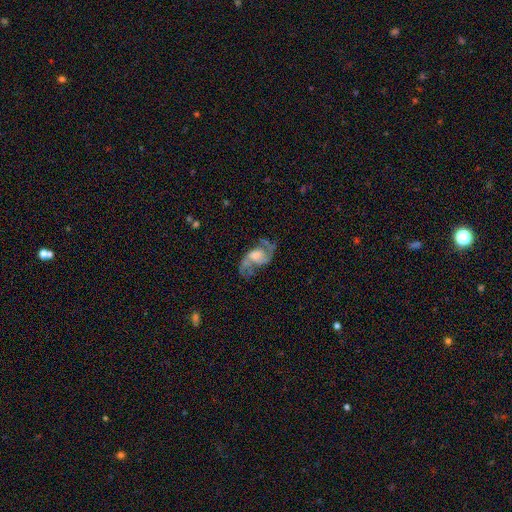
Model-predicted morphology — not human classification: featured or disk 81%, smooth 11%, star or artifact 8%. Down the decision tree: edge-on disk — no (96%); bar — no (50%); spiral arms — yes (93%); spiral arm count — 2 (79%); spiral winding — loose (45%); bulge size — moderate (34%); merging — none (59%).